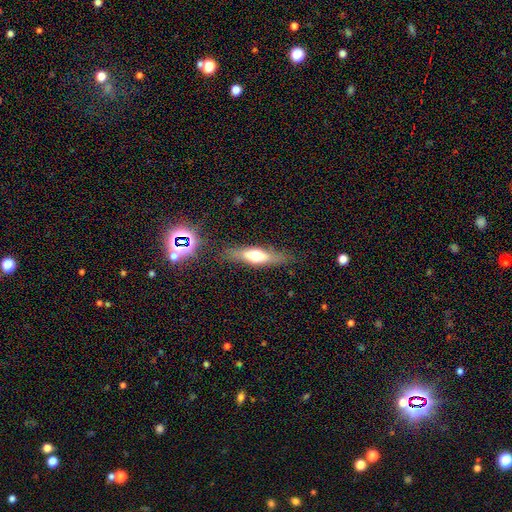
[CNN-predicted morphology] Smooth or featured? smooth (48%)
Merging? none (79%)